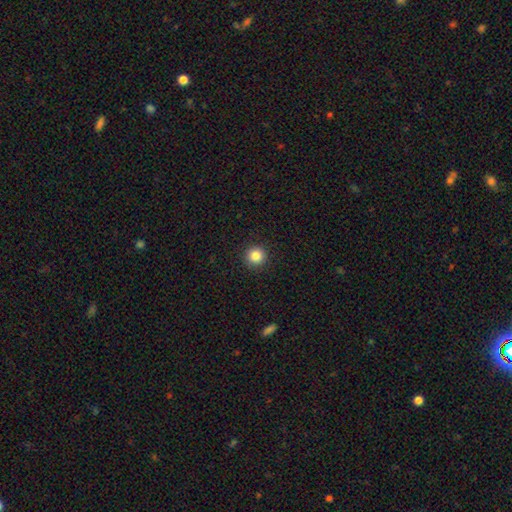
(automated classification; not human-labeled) This is clearly a smooth galaxy (85%). How rounded: clearly round (95%). Merging: clearly none (92%).